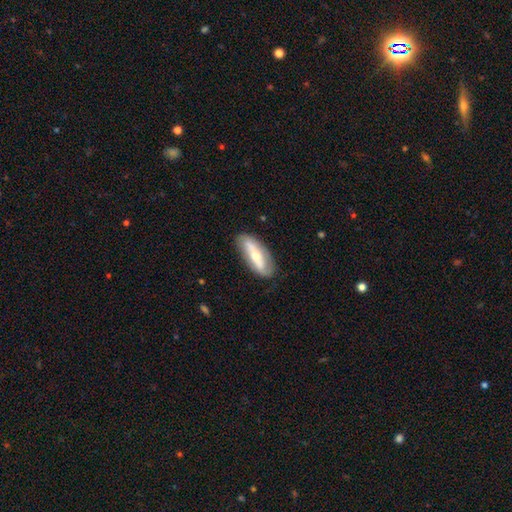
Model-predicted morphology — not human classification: Q: Smooth or featured?
A: featured or disk (53%); runner-up: smooth (42%)
Q: Edge-on disk?
A: no (73%); runner-up: yes (27%)
Q: Merging?
A: none (78%); runner-up: minor disturbance (16%)